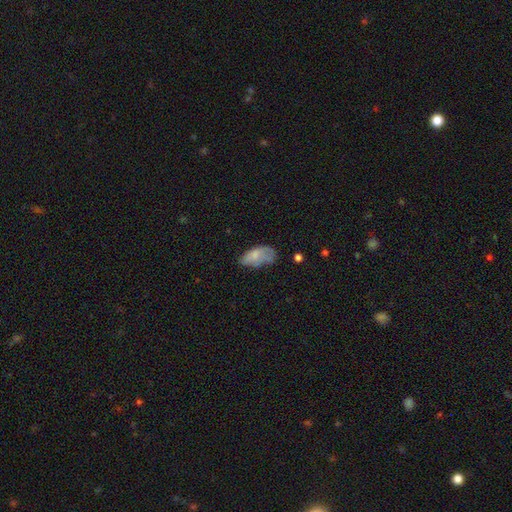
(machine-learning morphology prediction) Smooth or featured?
  - smooth: 71% *
  - featured or disk: 21%
  - star or artifact: 8%
How rounded?
  - in between: 92% *
  - cigar-shaped: 4%
  - round: 4%
Merging?
  - none: 39% *
  - minor disturbance: 37%
  - major disturbance: 20%
  - merger: 4%